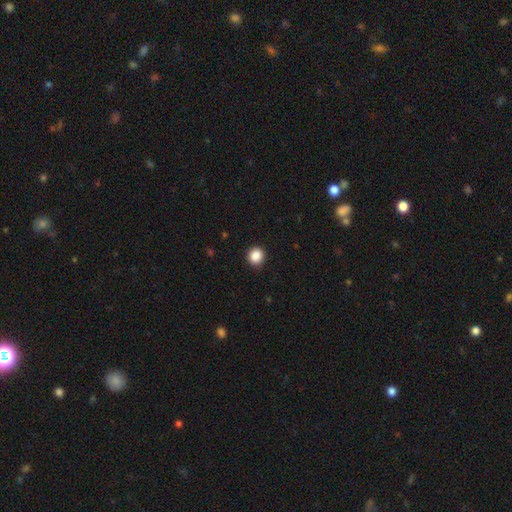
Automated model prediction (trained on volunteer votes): Smooth or featured?
  - smooth: 87% *
  - star or artifact: 10%
  - featured or disk: 3%
How rounded?
  - round: 86% *
  - in between: 13%
  - cigar-shaped: 1%
Merging?
  - none: 90% *
  - minor disturbance: 7%
  - major disturbance: 2%
  - merger: 1%